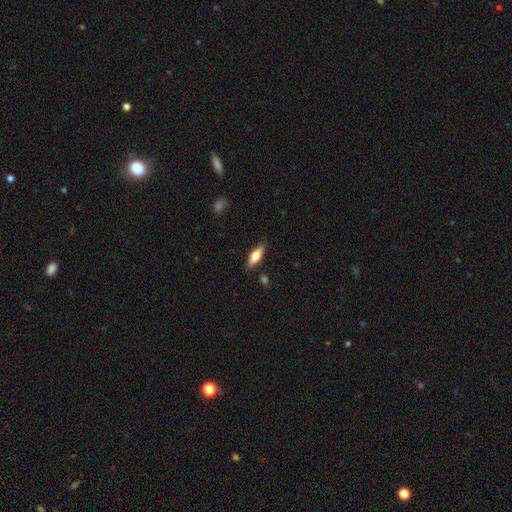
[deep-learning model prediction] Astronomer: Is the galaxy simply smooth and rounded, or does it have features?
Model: smooth — 65%.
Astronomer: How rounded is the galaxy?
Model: in between — 62%.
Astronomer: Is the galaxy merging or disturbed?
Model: none — 85%.